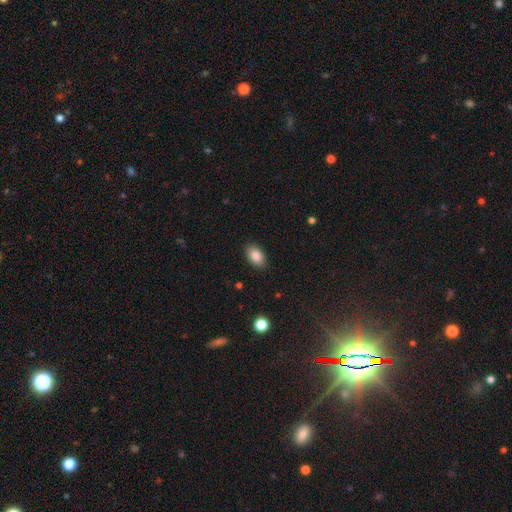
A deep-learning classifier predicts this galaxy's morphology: smooth_or_featured: smooth (p=0.86) [alt: star or artifact p=0.08]
how_rounded: in between (p=0.90) [alt: round p=0.09]
merging: none (p=0.88) [alt: minor disturbance p=0.09]